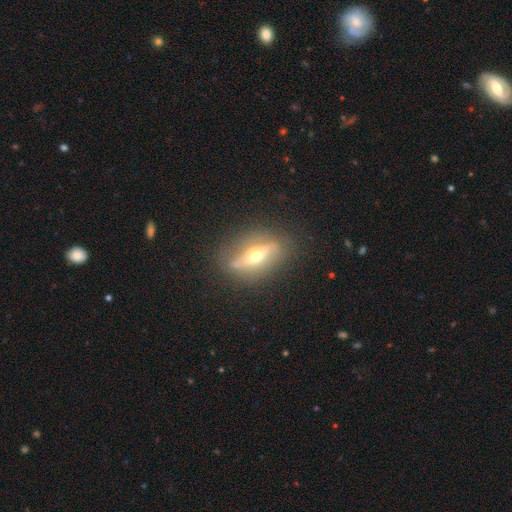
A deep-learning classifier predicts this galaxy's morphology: A featured or disk galaxy (72%) viewed edge-on (68%).

Vote fractions:
- Smooth or featured? featured or disk: 72% / smooth: 21% / star or artifact: 7%
- Edge-on disk? yes: 68% / no: 32%
- Merging? none: 78% / minor disturbance: 15% / major disturbance: 6% / merger: 2%